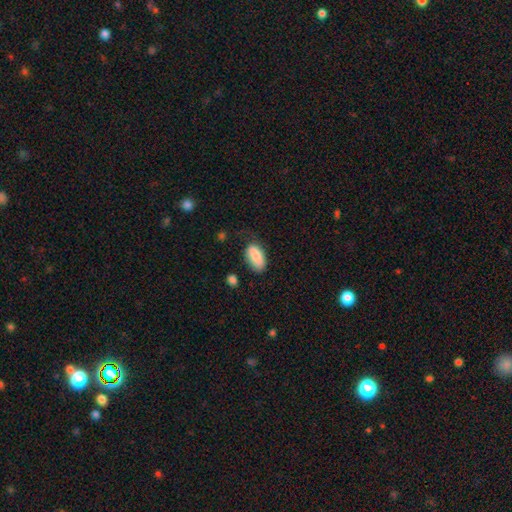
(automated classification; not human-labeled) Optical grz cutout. It shows a smooth galaxy with no disk features (85%) that is in between round and cigar-shaped (91%). Merging: none (61%).